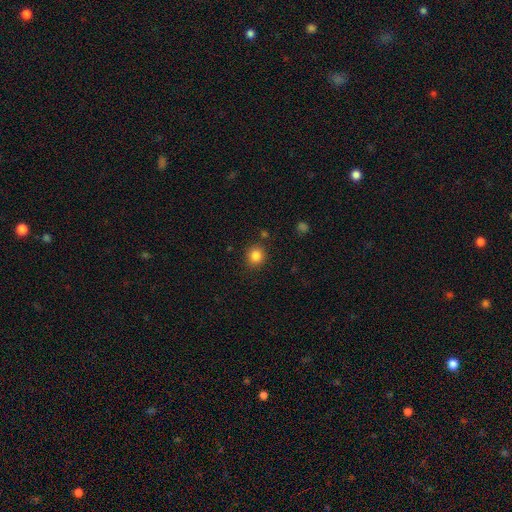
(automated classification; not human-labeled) Smooth or featured? smooth (84%)
How rounded? round (85%)
Merging? none (86%)